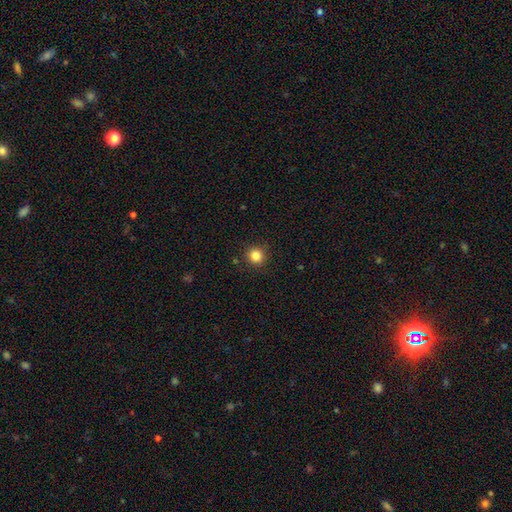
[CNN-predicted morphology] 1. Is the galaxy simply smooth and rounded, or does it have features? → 84% smooth, 12% star or artifact, 4% featured or disk.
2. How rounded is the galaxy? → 92% round, 7% in between, 1% cigar-shaped.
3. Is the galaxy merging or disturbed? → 90% none, 7% minor disturbance, 2% major disturbance, 1% merger.